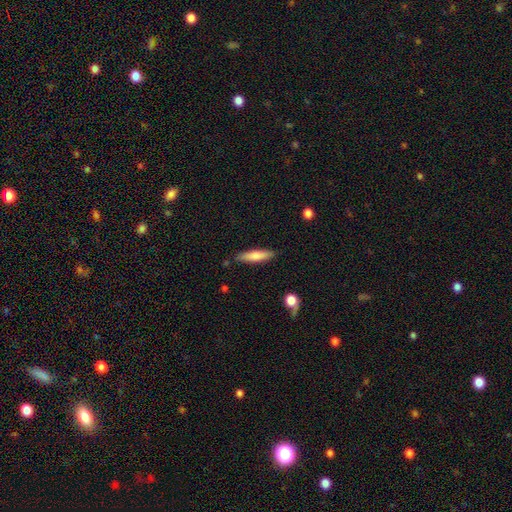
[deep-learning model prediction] Smooth or featured?
  - smooth: 72% *
  - featured or disk: 22%
  - star or artifact: 6%
How rounded?
  - cigar-shaped: 77% *
  - in between: 21%
  - round: 2%
Merging?
  - none: 85% *
  - minor disturbance: 11%
  - major disturbance: 2%
  - merger: 2%